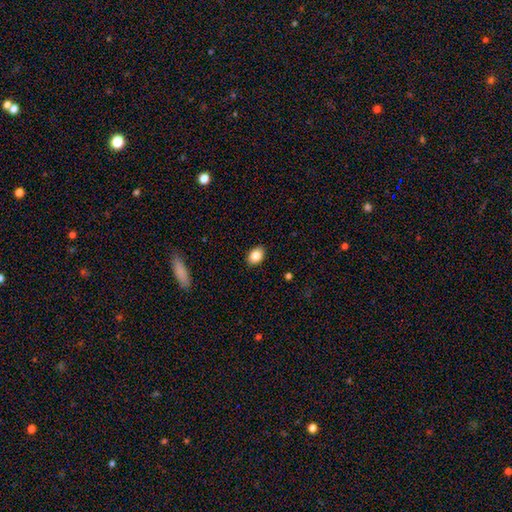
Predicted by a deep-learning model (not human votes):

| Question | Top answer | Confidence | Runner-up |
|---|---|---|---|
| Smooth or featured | smooth | 85% | star or artifact (8%) |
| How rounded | in between | 75% | round (24%) |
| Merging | none | 88% | minor disturbance (9%) |